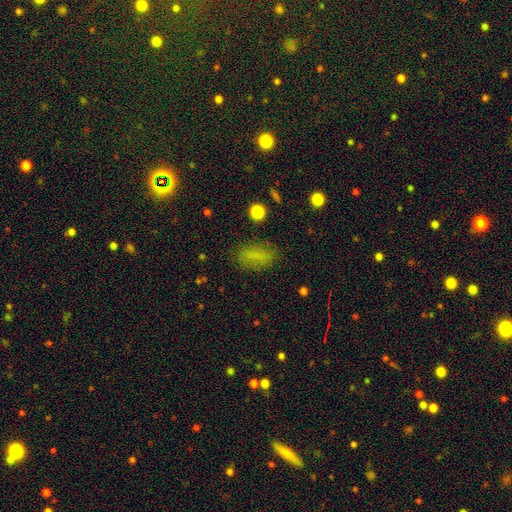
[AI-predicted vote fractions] Q: Smooth or featured?
A: smooth (77%); runner-up: star or artifact (14%)
Q: How rounded?
A: in between (81%); runner-up: cigar-shaped (13%)
Q: Merging?
A: none (81%); runner-up: minor disturbance (12%)